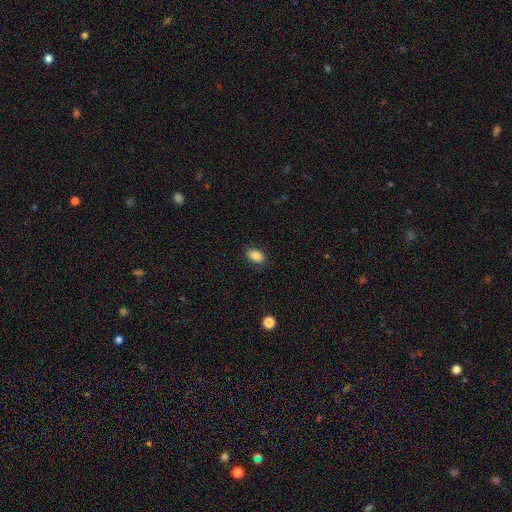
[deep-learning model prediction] smooth 84%, star or artifact 9%, featured or disk 7%. Down the decision tree: how rounded — in between (88%); merging — none (87%).